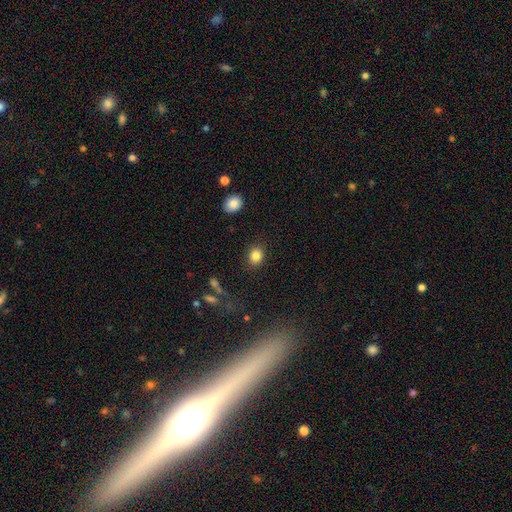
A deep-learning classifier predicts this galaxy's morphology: A smooth galaxy with no disk features (84%) that is round (63%). Merging: none (86%).